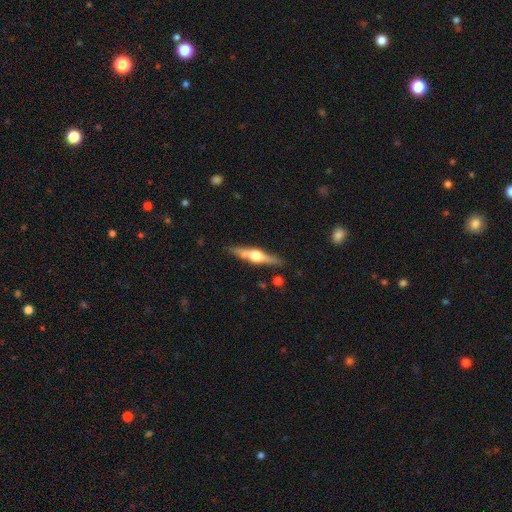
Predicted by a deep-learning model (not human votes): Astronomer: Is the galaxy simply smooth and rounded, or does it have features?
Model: featured or disk — 72%.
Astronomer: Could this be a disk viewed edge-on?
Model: yes — 97%.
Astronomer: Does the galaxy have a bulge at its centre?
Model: rounded — 92%.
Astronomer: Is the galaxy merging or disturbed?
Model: none — 84%.